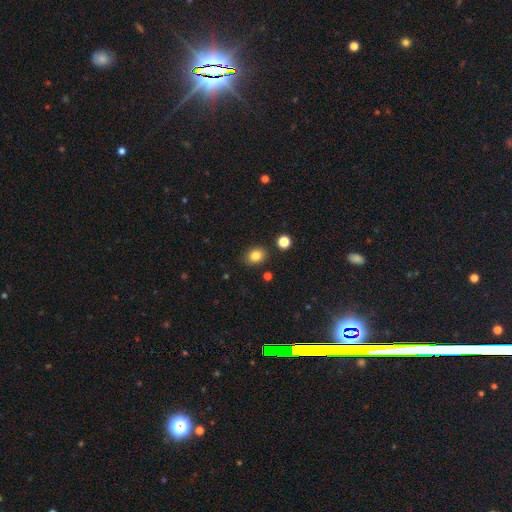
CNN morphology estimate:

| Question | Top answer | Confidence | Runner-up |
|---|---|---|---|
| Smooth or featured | smooth | 84% | star or artifact (11%) |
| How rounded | in between | 54% | round (45%) |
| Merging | none | 85% | minor disturbance (10%) |